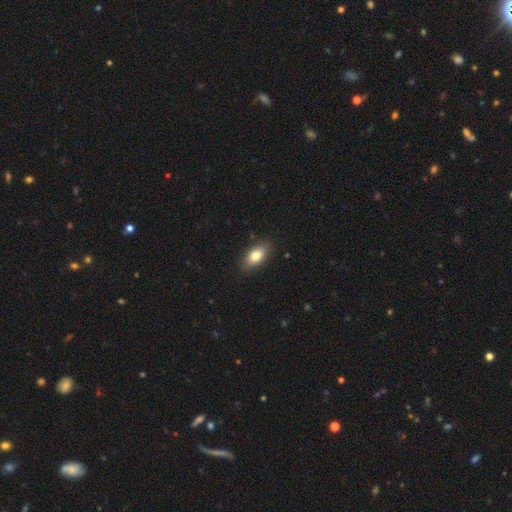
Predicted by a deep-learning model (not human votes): This appears to be a smooth galaxy with no disk features (80%) that is in between round and cigar-shaped (90%). Merging: none (86%).